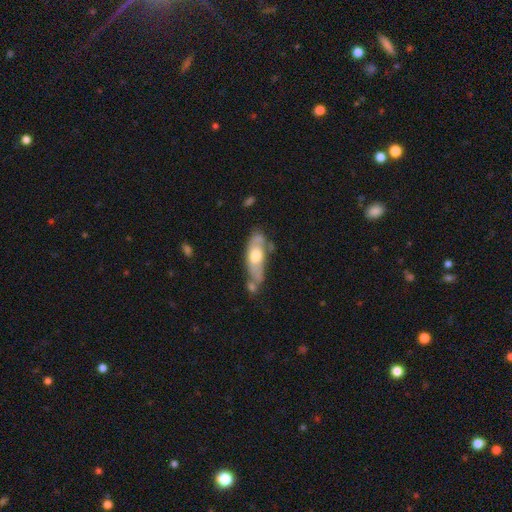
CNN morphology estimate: featured or disk 47% (tied), smooth 47% (tied), star or artifact 6%. Down the decision tree: merging — none (42%).